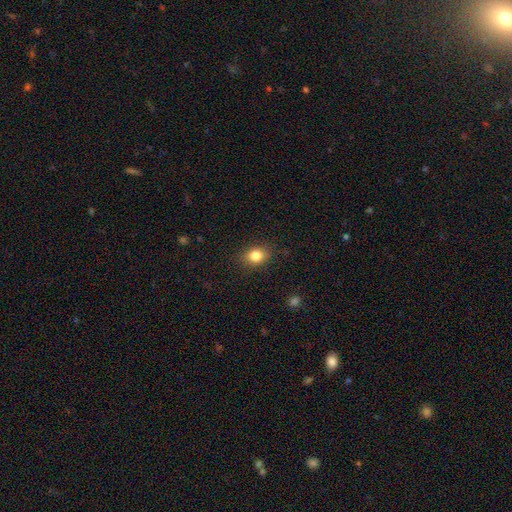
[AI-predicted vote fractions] A smooth galaxy with no disk features (84%) that is in between round and cigar-shaped (56%).

Vote fractions:
- Smooth or featured? smooth: 84% / star or artifact: 10% / featured or disk: 6%
- How rounded? in between: 56% / round: 43% / cigar-shaped: 1%
- Merging? none: 86% / minor disturbance: 10% / major disturbance: 3% / merger: 1%